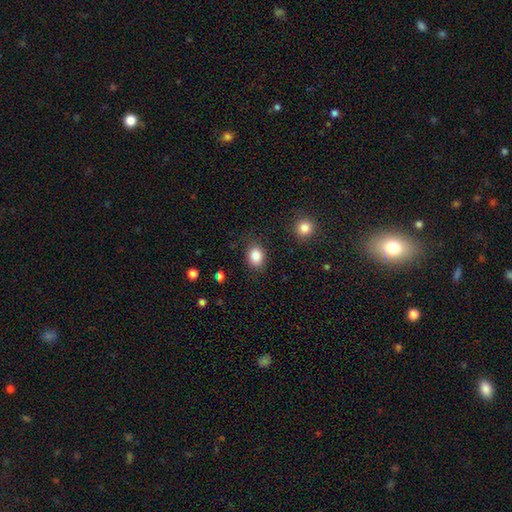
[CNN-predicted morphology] A smooth galaxy with no disk features (86%) that is in between round and cigar-shaped (56%). Merging: none (81%).